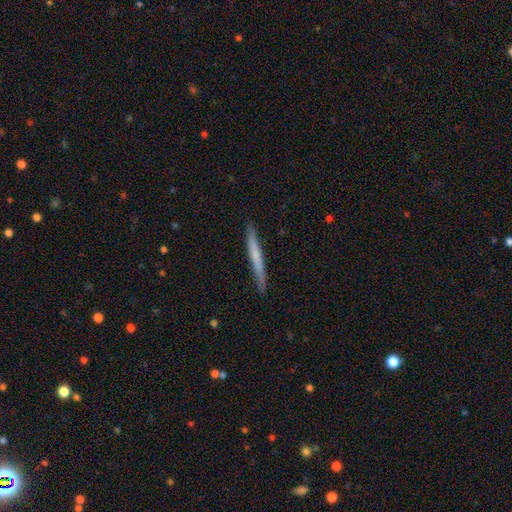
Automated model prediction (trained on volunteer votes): Smooth or featured: smooth — 56% (featured or disk — 38%)
How rounded: cigar-shaped — 97% (in between — 2%)
Merging: none — 88% (minor disturbance — 9%)